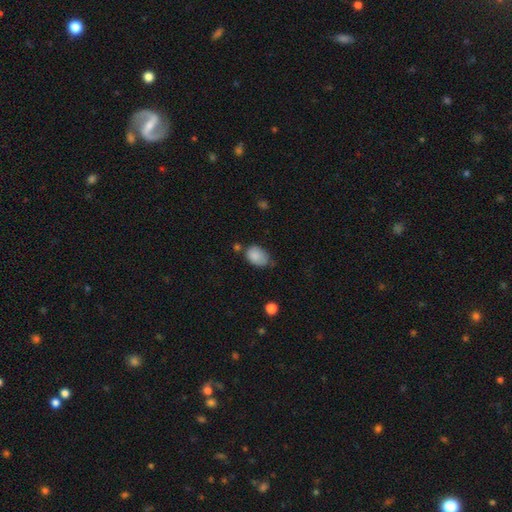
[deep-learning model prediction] Smooth or featured? smooth (85%)
How rounded? in between (81%)
Merging? none (48%)